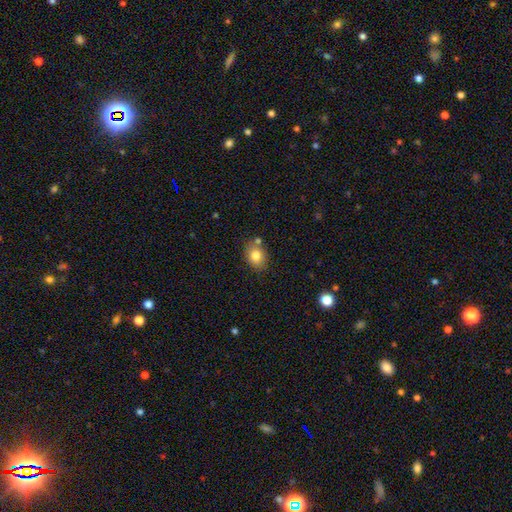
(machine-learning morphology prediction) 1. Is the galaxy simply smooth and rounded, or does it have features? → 80% smooth, 10% featured or disk, 10% star or artifact.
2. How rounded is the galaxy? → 52% in between, 47% round, 1% cigar-shaped.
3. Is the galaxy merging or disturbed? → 75% none, 13% minor disturbance, 9% merger, 3% major disturbance.